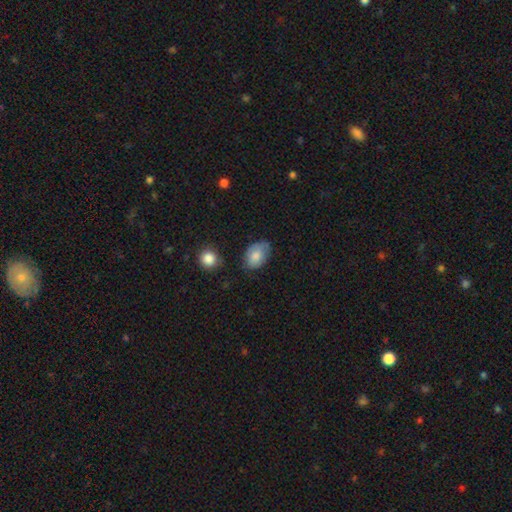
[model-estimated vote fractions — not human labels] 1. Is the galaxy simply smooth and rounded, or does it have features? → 77% smooth, 16% featured or disk, 7% star or artifact.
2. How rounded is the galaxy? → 82% in between, 16% round, 1% cigar-shaped.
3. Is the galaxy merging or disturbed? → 59% none, 31% minor disturbance, 7% major disturbance, 3% merger.